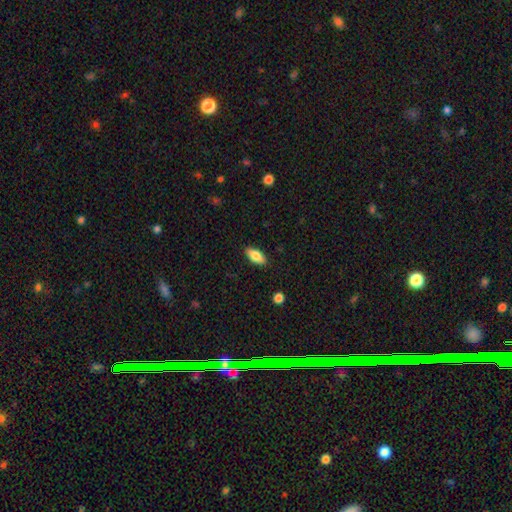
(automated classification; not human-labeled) smooth 81%, featured or disk 12%, star or artifact 7%. Down the decision tree: how rounded — in between (87%); merging — none (88%).